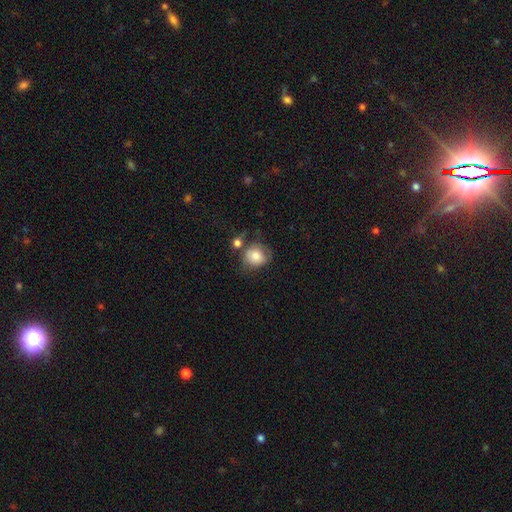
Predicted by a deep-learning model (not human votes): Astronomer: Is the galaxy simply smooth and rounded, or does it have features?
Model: smooth — 76%.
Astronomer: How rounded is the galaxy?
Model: round — 73%.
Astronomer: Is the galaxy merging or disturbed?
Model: none — 49%.